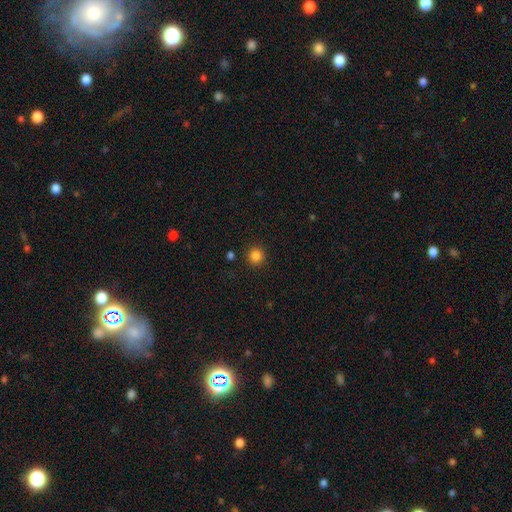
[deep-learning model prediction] A smooth galaxy with no disk features (84%) that is round (94%).

Vote fractions:
- Smooth or featured? smooth: 84% / star or artifact: 12% / featured or disk: 4%
- How rounded? round: 94% / in between: 5% / cigar-shaped: 1%
- Merging? none: 90% / minor disturbance: 6% / merger: 2% / major disturbance: 2%